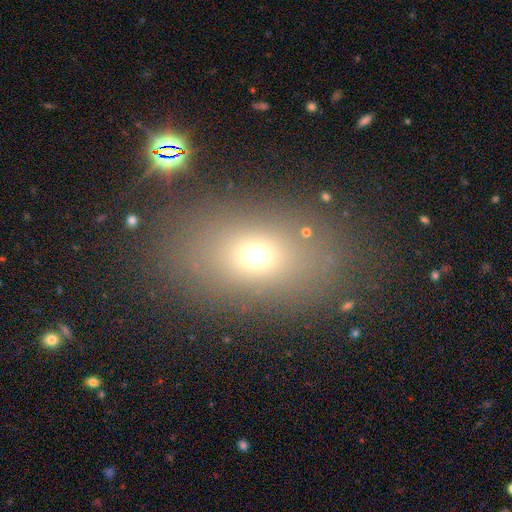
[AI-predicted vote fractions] Smooth or featured? Predicted: smooth (p=0.66). How rounded? Predicted: in between (p=0.72). Merging? Predicted: none (p=0.79).